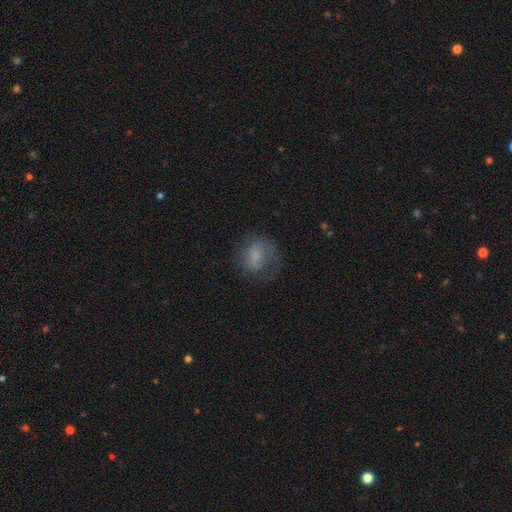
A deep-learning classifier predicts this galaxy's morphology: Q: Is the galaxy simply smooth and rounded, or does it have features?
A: smooth — 55%.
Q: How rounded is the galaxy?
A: round — 59%.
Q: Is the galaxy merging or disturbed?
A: none — 53%.